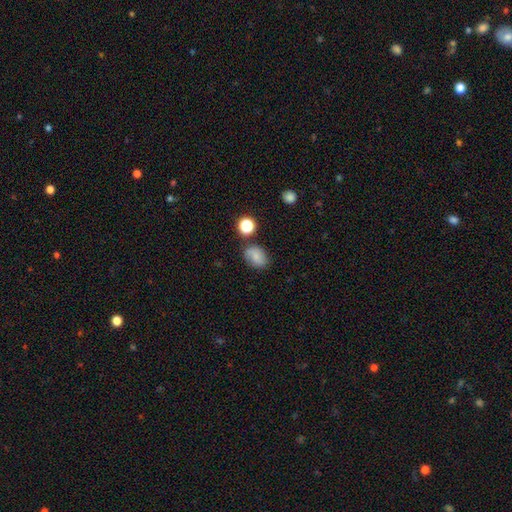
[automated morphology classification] This appears to be a smooth galaxy with no disk features (75%) that is in between round and cigar-shaped (74%). Merging: none (69%).